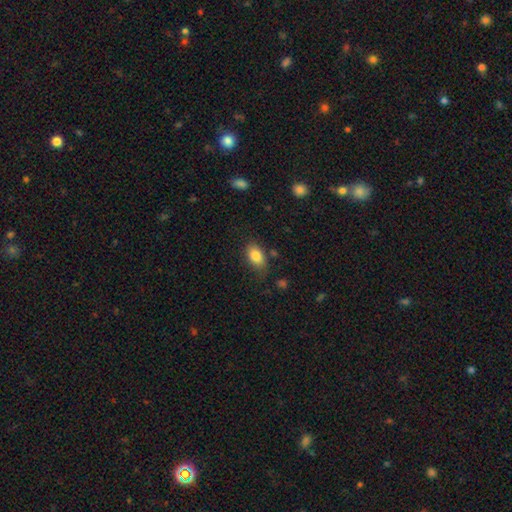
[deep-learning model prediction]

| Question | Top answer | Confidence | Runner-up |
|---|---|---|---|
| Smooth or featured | smooth | 85% | star or artifact (8%) |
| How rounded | in between | 87% | round (11%) |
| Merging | none | 74% | minor disturbance (19%) |